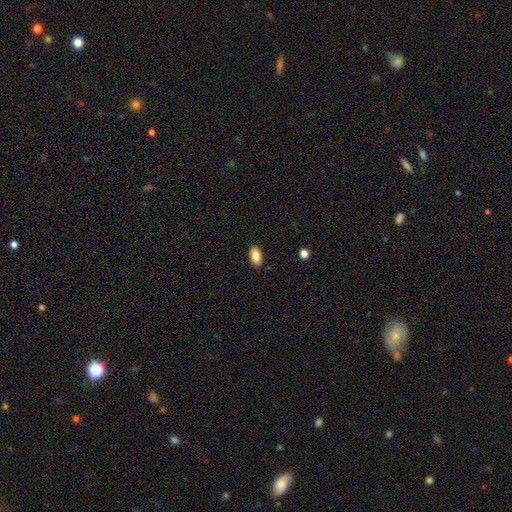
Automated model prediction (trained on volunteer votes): A smooth galaxy with no disk features (86%) that is in between round and cigar-shaped (93%).

Vote fractions:
- Smooth or featured? smooth: 86% / star or artifact: 8% / featured or disk: 6%
- How rounded? in between: 93% / round: 4% / cigar-shaped: 3%
- Merging? none: 88% / minor disturbance: 9% / major disturbance: 2% / merger: 1%